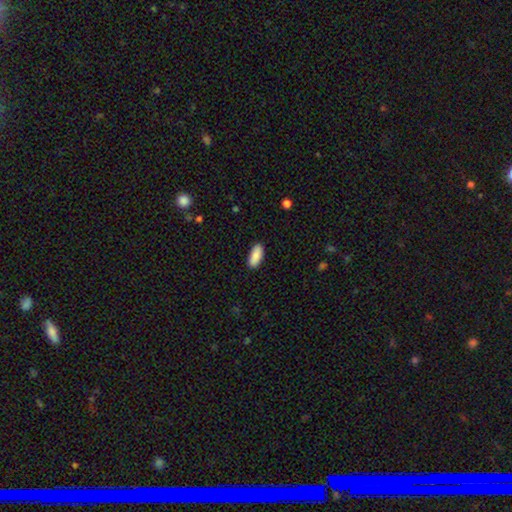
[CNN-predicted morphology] A smooth galaxy with no disk features (89%) that is in between round and cigar-shaped (84%).

Vote fractions:
- Smooth or featured? smooth: 89% / star or artifact: 6% / featured or disk: 5%
- How rounded? in between: 84% / cigar-shaped: 14% / round: 2%
- Merging? none: 89% / minor disturbance: 8% / major disturbance: 2% / merger: 1%